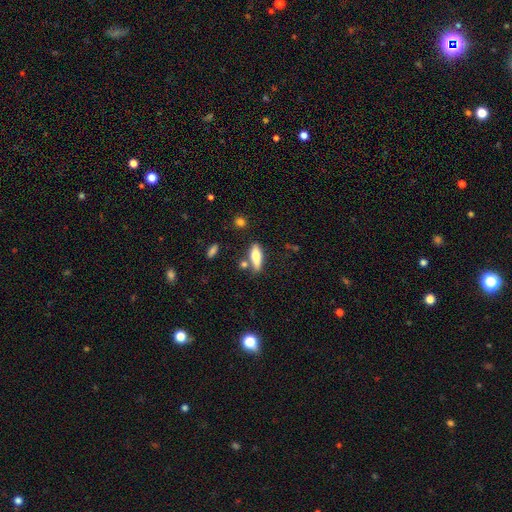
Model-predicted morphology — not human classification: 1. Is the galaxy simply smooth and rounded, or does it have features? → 64% smooth, 29% featured or disk, 7% star or artifact.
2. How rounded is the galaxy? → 54% in between, 43% cigar-shaped, 3% round.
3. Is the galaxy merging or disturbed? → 70% none, 14% minor disturbance, 12% merger, 4% major disturbance.